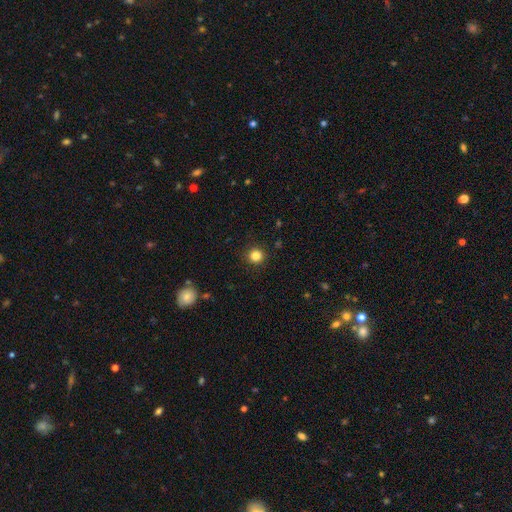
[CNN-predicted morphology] Q: Smooth or featured?
A: smooth (84%); runner-up: star or artifact (12%)
Q: How rounded?
A: round (92%); runner-up: in between (7%)
Q: Merging?
A: none (91%); runner-up: minor disturbance (6%)